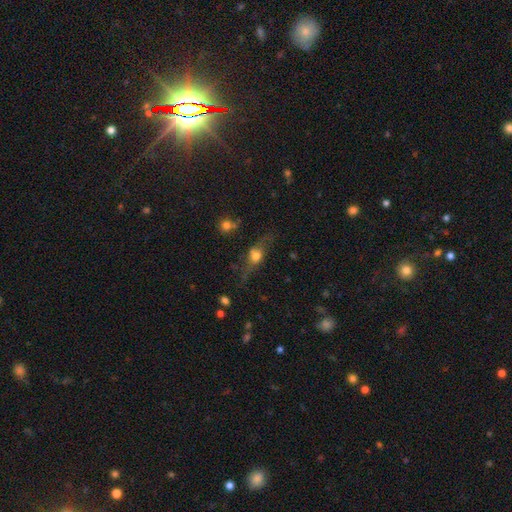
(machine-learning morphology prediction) The model was most divided on "smooth or featured": smooth: 47%, featured or disk: 40%, star or artifact: 12%. More confident: merging — none (54%).